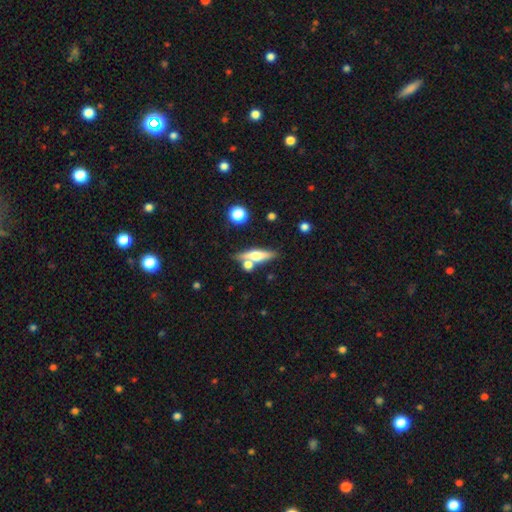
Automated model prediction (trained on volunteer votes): Overall: featured or disk (49%; smooth 43%). Merging: none (66%).